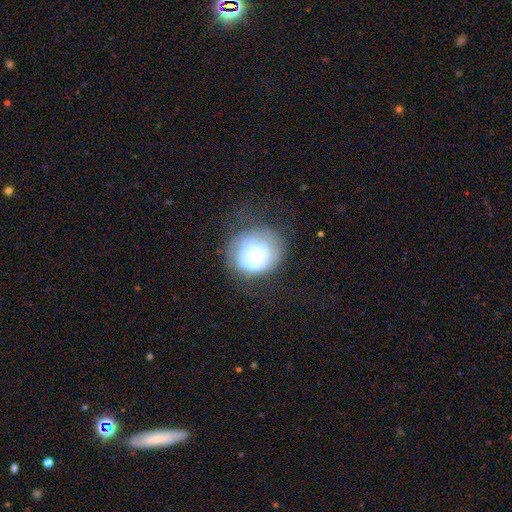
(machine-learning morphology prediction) This appears to be a featured or disk galaxy (66%) with no bar (76%), spiral arms (74%) and a moderate central bulge (68%). Merging: none (61%).